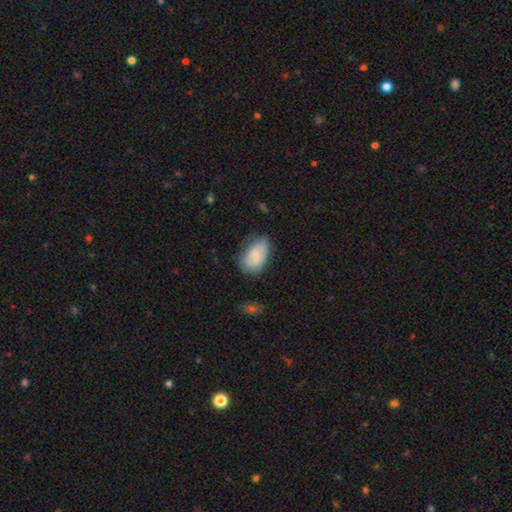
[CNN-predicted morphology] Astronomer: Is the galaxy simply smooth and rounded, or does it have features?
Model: smooth — 63%.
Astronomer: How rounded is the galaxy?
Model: in between — 90%.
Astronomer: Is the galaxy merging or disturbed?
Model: none — 60%.